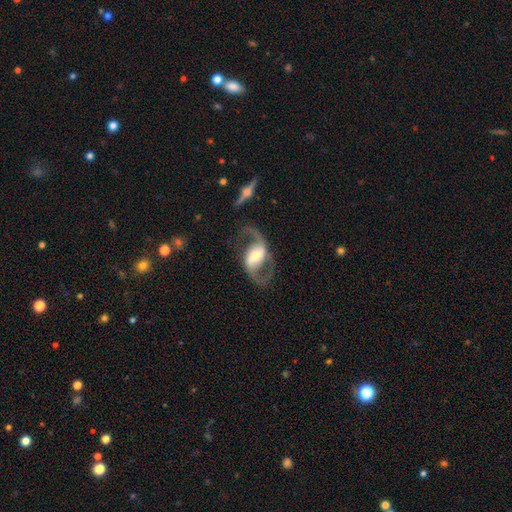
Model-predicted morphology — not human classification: smooth_or_featured: featured or disk (p=0.89) [alt: smooth p=0.07]
disk_edge_on: no (p=0.97) [alt: yes p=0.03]
bar: strong (p=0.37) [alt: weak p=0.36]
has_spiral_arms: yes (p=0.95) [alt: no p=0.05]
spiral_winding: loose (p=0.54) [alt: medium p=0.39]
spiral_arm_count: 2 (p=0.93) [alt: 1 p=0.03]
bulge_size: moderate (p=0.59) [alt: small p=0.26]
merging: none (p=0.75) [alt: minor disturbance p=0.12]